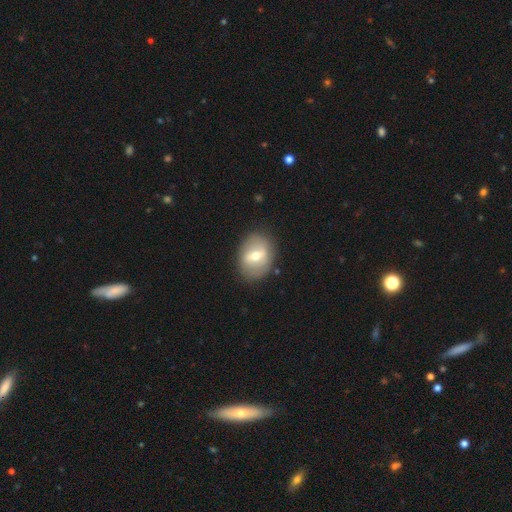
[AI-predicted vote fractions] Morphology: type=featured or disk (48%); merging=none (83%).